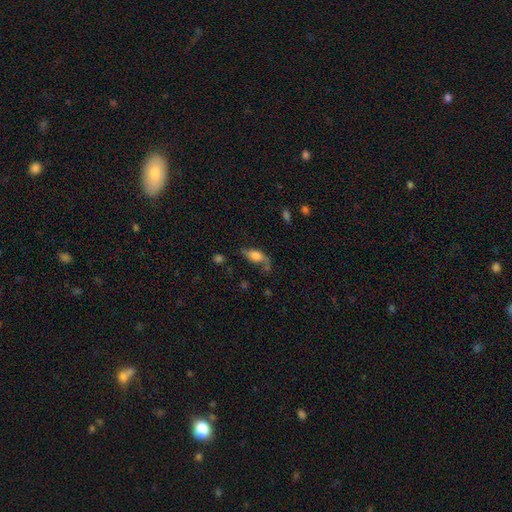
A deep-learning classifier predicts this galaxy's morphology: This is possibly a smooth galaxy (52%). How rounded: likely in between (76%). Merging: possibly none (45%).